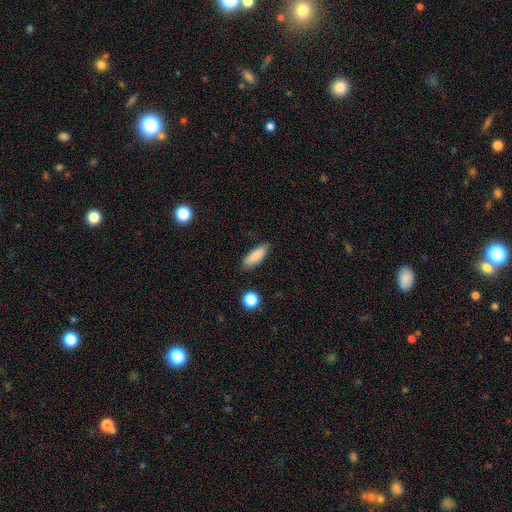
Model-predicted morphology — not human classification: A smooth galaxy with no disk features (84%) that is in between round and cigar-shaped (64%). Merging: none (83%).